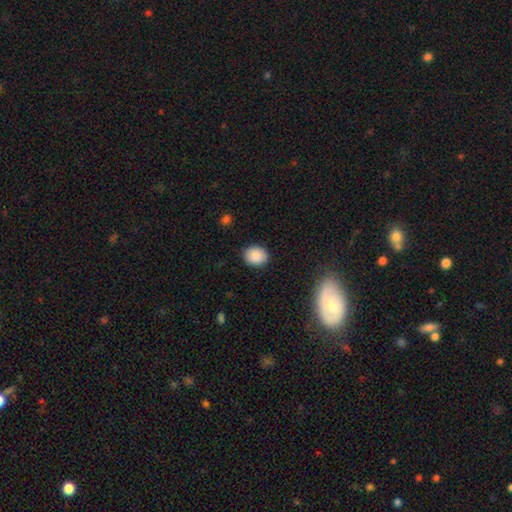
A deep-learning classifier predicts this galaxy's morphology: smooth-or-featured: smooth: 87% | star or artifact: 8% | featured or disk: 4%
  how-rounded: round: 66% | in between: 33% | cigar-shaped: 1%
  merging: none: 88% | minor disturbance: 8% | major disturbance: 2% | merger: 1%